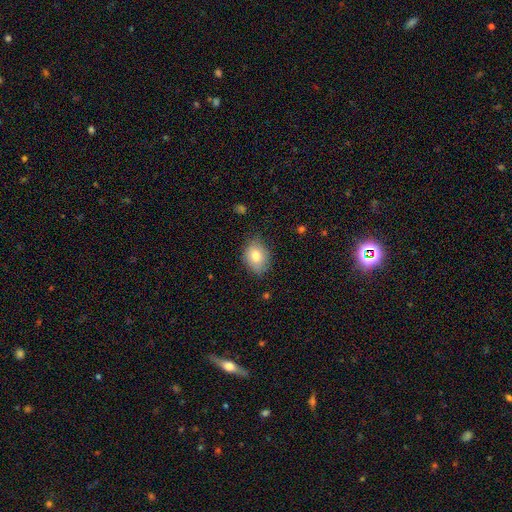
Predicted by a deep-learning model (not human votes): This is clearly a smooth galaxy (80%). How rounded: likely in between (64%). Merging: likely none (76%).